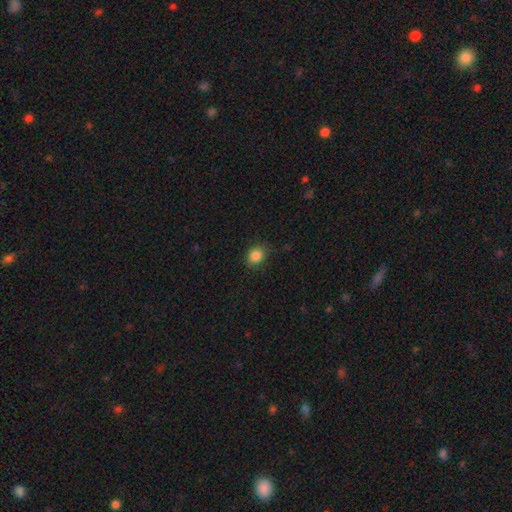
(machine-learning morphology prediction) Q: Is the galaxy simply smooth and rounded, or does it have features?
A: smooth — 86%.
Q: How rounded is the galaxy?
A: round — 58%.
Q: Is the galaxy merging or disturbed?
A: none — 84%.